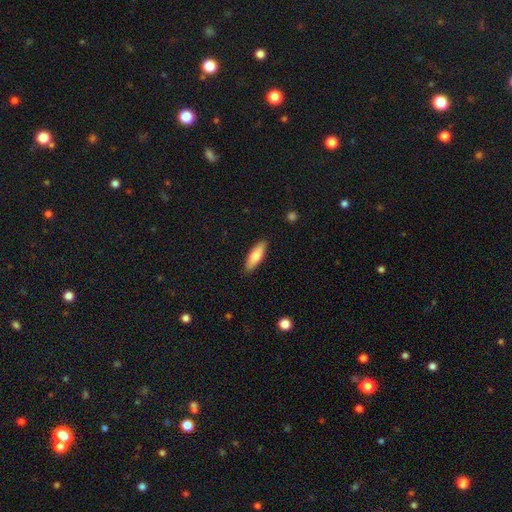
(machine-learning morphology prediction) A smooth galaxy with no disk features (74%) that is in between round and cigar-shaped (51%).

Vote fractions:
- Smooth or featured? smooth: 74% / featured or disk: 20% / star or artifact: 6%
- How rounded? in between: 51% / cigar-shaped: 47% / round: 2%
- Merging? none: 88% / minor disturbance: 9% / major disturbance: 2% / merger: 1%